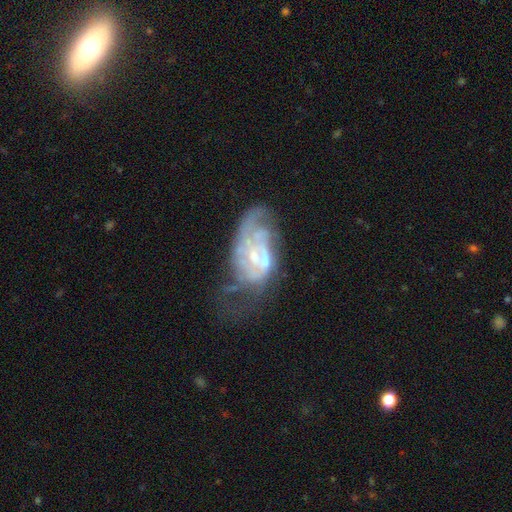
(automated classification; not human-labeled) This is likely a featured or disk galaxy (76%). It is clearly not viewed edge-on (96%). Bar: possibly no (59%). Spiral arm pattern: likely yes (72%). Spiral arm count: possibly can't tell (46%). Spiral winding: marginally tight (44%). Central bulge: possibly small (55%). Merging: marginally major disturbance (36%).